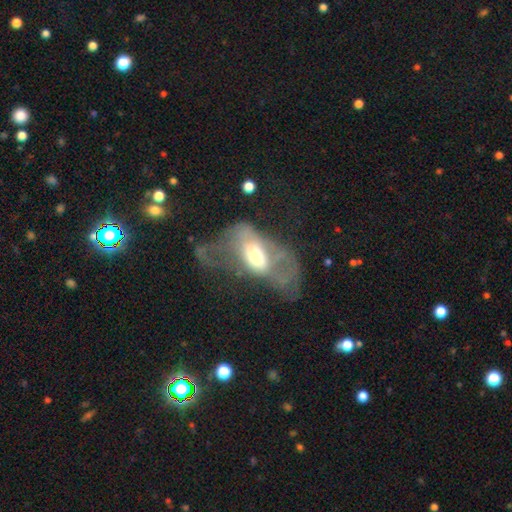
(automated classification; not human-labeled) smooth-or-featured: featured or disk: 56% | smooth: 35% | star or artifact: 8%
  disk-edge-on: no: 90% | yes: 10%
    bar: no: 64% | weak: 25% | strong: 11%
    has-spiral-arms: no: 64% | yes: 36%
    bulge-size: moderate: 49% | large: 36% | small: 8% | dominant: 4% | none: 2%
  merging: major disturbance: 61% | none: 17% | minor disturbance: 16% | merger: 6%